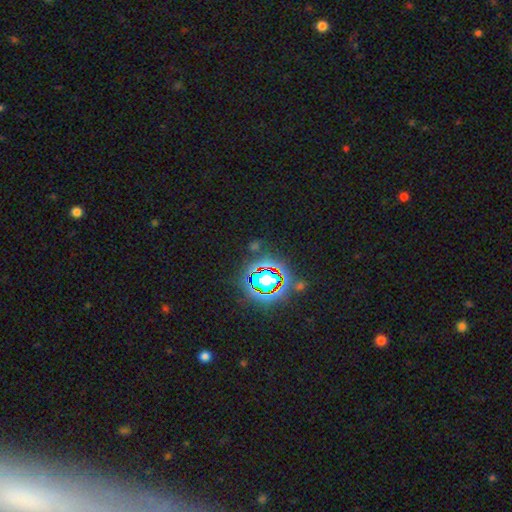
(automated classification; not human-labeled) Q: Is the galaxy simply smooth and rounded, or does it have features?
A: star or artifact — 82%.